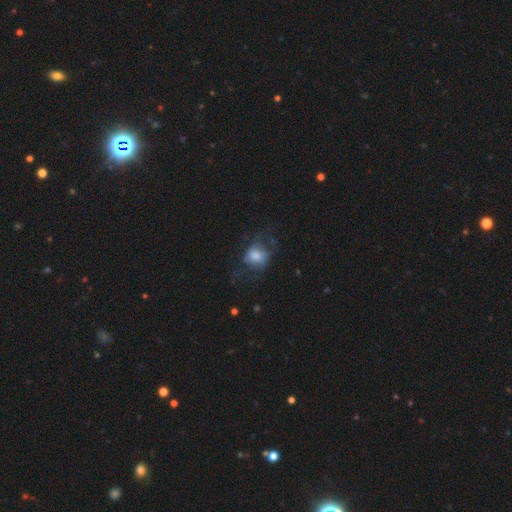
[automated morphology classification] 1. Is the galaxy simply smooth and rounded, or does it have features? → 65% smooth, 25% featured or disk, 10% star or artifact.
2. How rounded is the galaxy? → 58% round, 41% in between, 1% cigar-shaped.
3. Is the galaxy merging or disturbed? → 44% none, 31% major disturbance, 23% minor disturbance, 2% merger.